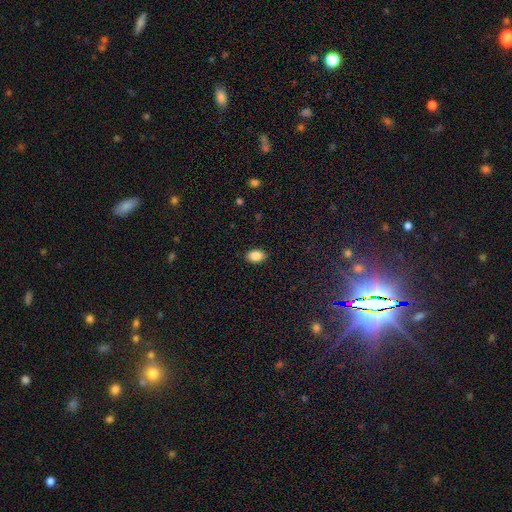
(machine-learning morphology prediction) A smooth galaxy with no disk features (87%) that is in between round and cigar-shaped (86%).

Vote fractions:
- Smooth or featured? smooth: 87% / star or artifact: 8% / featured or disk: 5%
- How rounded? in between: 86% / round: 13% / cigar-shaped: 1%
- Merging? none: 88% / minor disturbance: 9% / major disturbance: 2% / merger: 1%